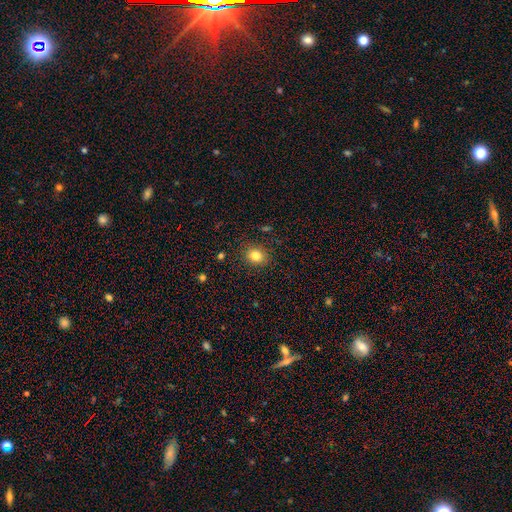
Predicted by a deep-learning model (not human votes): A smooth galaxy with no disk features (82%) that is round (71%). Merging: none (88%).